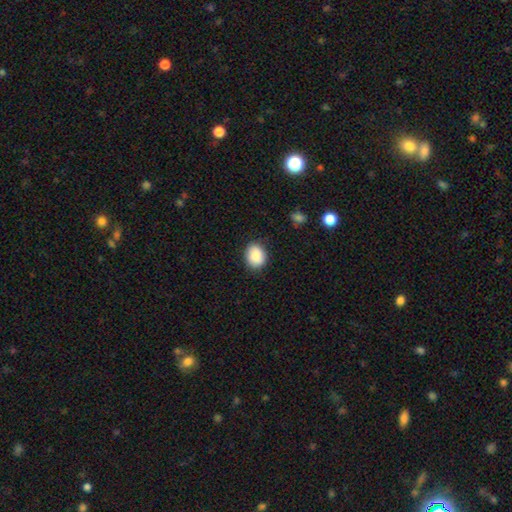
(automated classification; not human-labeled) The model was most divided on "how rounded": round: 52%, in between: 47%, cigar-shaped: 1%. More confident: smooth or featured — smooth (88%); merging — none (85%).